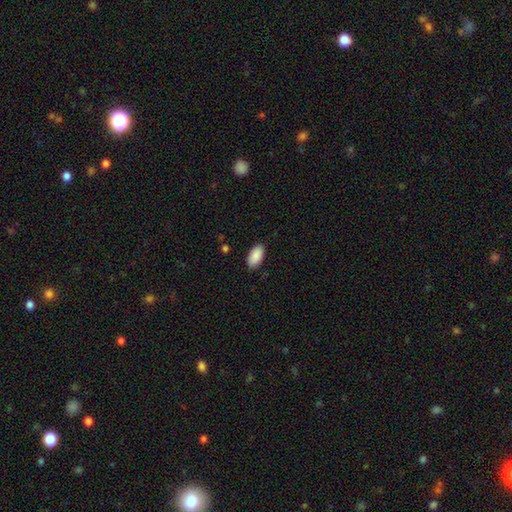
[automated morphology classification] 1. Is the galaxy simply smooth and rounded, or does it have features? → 90% smooth, 6% star or artifact, 4% featured or disk.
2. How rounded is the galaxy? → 95% in between, 3% cigar-shaped, 2% round.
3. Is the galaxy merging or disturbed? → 87% none, 9% minor disturbance, 2% major disturbance, 1% merger.